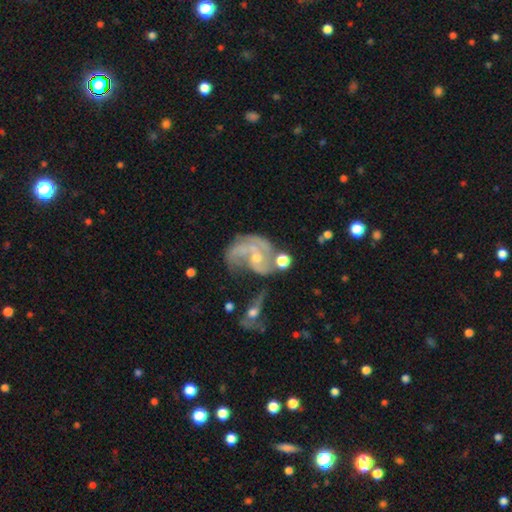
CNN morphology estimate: smooth_or_featured: featured or disk (p=0.78) [alt: smooth p=0.14]
disk_edge_on: no (p=0.97) [alt: yes p=0.03]
bar: no (p=0.65) [alt: weak p=0.28]
has_spiral_arms: yes (p=0.83) [alt: no p=0.17]
spiral_winding: medium (p=0.42) [alt: loose p=0.34]
spiral_arm_count: 2 (p=0.41) [alt: can't tell p=0.20]
bulge_size: small (p=0.58) [alt: moderate p=0.34]
merging: major disturbance (p=0.31) [alt: merger p=0.27]